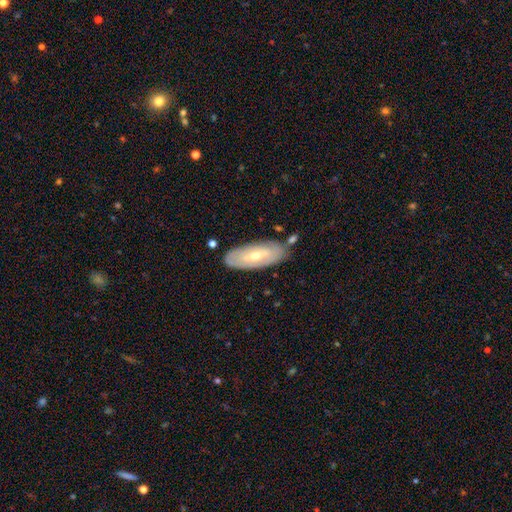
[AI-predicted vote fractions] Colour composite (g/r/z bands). It shows a featured or disk galaxy (58%). Merging: none (81%).